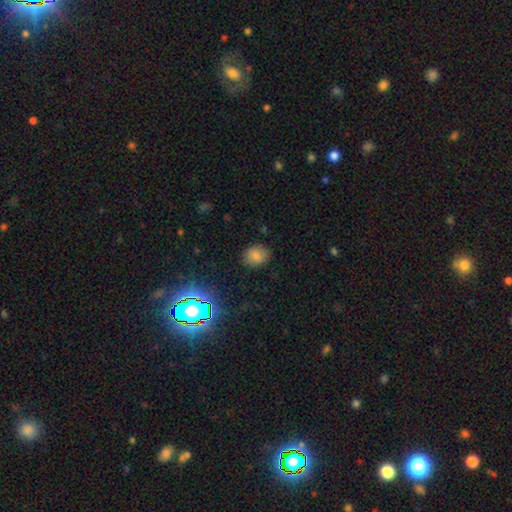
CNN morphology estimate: Smooth or featured: smooth — 79% (star or artifact — 13%)
How rounded: round — 50% (in between — 49%)
Merging: none — 84% (minor disturbance — 12%)